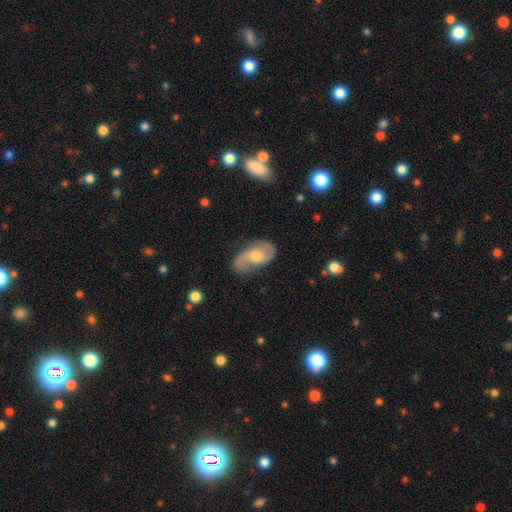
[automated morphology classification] The model was most divided on "spiral winding": loose: 53%, medium: 36%, tight: 12%. More confident: edge-on disk — no (95%); spiral arms — yes (90%); spiral arm count — 2 (85%); smooth or featured — featured or disk (67%); merging — none (63%); bar — no (57%); bulge size — moderate (57%).